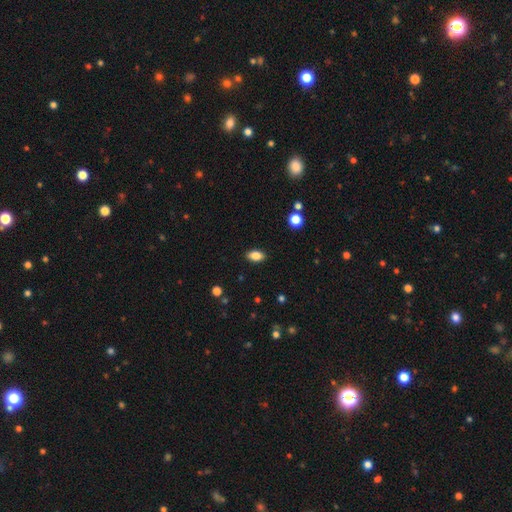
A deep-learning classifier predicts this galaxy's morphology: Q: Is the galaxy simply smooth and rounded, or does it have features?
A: smooth — 85%.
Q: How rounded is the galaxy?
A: in between — 89%.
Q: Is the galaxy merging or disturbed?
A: none — 89%.